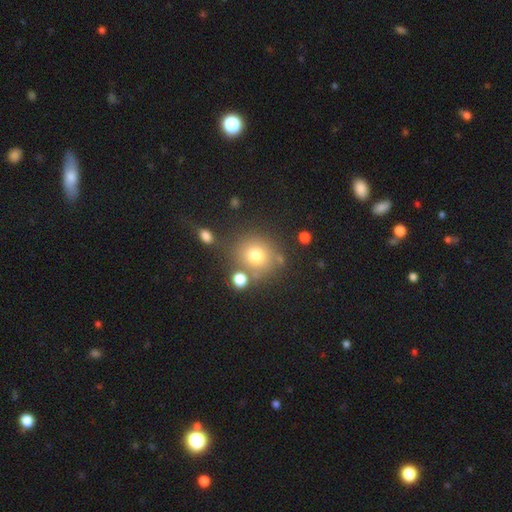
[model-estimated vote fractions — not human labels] Smooth or featured? smooth (74%)
How rounded? round (86%)
Merging? none (71%)